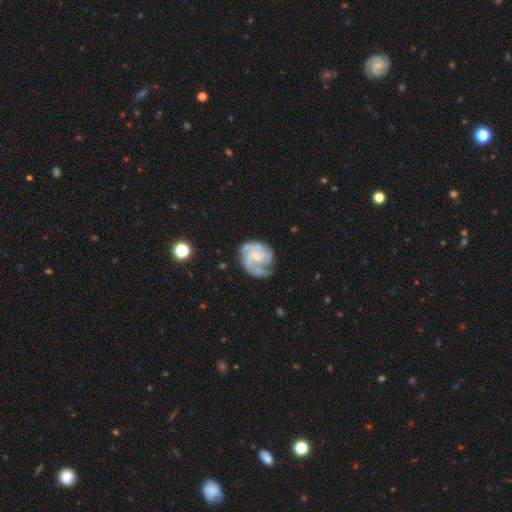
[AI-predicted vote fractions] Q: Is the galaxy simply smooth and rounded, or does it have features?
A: featured or disk — 89%.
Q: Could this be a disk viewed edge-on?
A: no — 98%.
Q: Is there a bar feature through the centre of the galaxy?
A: no — 61%.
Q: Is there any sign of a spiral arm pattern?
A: yes — 98%.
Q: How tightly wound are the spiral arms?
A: tight — 57%.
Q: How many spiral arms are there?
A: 3 — 46%.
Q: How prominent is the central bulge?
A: small — 68%.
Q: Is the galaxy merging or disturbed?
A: none — 67%.